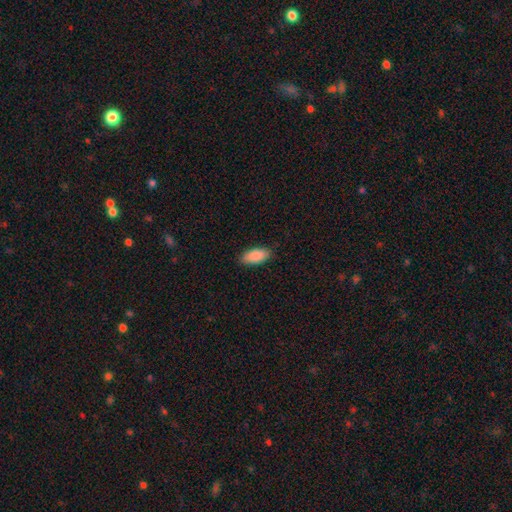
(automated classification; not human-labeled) Smooth or featured? smooth (90%)
How rounded? in between (90%)
Merging? none (88%)